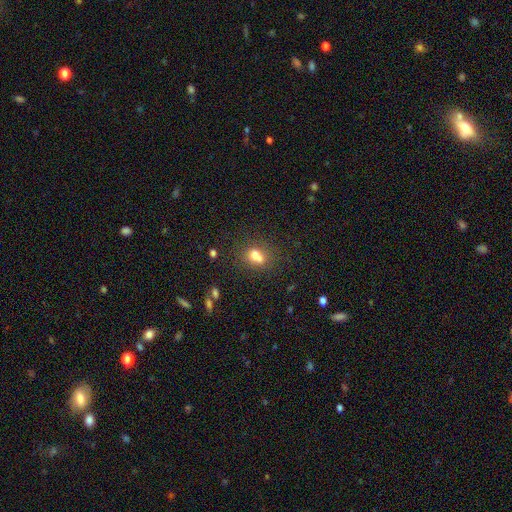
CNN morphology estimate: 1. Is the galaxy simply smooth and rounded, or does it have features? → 68% smooth, 17% featured or disk, 14% star or artifact.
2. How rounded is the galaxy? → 54% in between, 43% round, 4% cigar-shaped.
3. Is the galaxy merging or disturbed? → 41% none (tied), 41% merger (tied), 12% minor disturbance, 6% major disturbance.